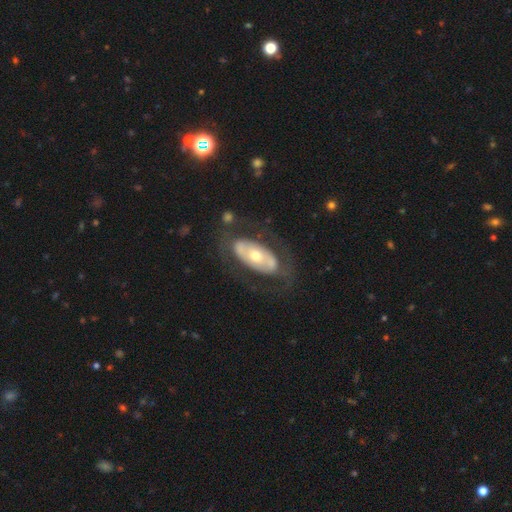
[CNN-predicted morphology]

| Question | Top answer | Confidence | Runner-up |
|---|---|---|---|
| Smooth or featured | featured or disk | 62% | smooth (33%) |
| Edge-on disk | no | 89% | yes (11%) |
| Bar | no | 72% | weak (16%) |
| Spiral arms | no | 68% | yes (32%) |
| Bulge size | moderate | 62% | small (29%) |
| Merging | none | 69% | minor disturbance (15%) |